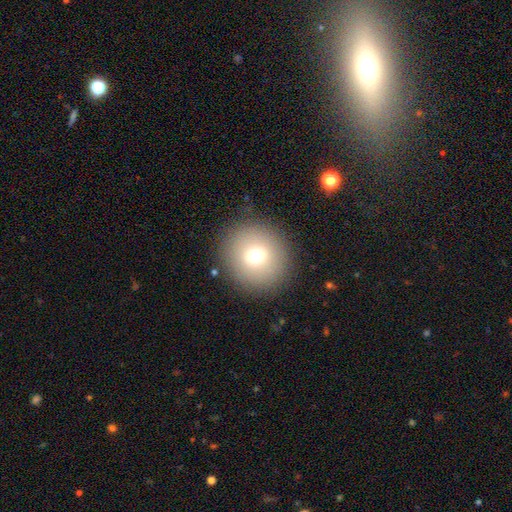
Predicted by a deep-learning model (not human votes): Q: Smooth or featured?
A: smooth (70%); runner-up: featured or disk (15%)
Q: How rounded?
A: round (93%); runner-up: in between (6%)
Q: Merging?
A: none (89%); runner-up: minor disturbance (6%)